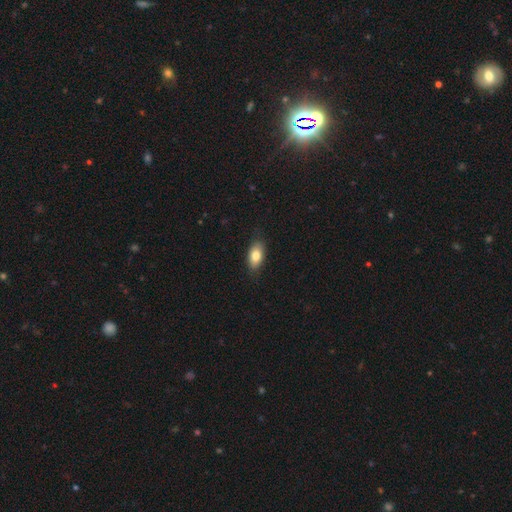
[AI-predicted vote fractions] Overall: smooth (80%). How rounded: in between (90%). Merging: none (84%).